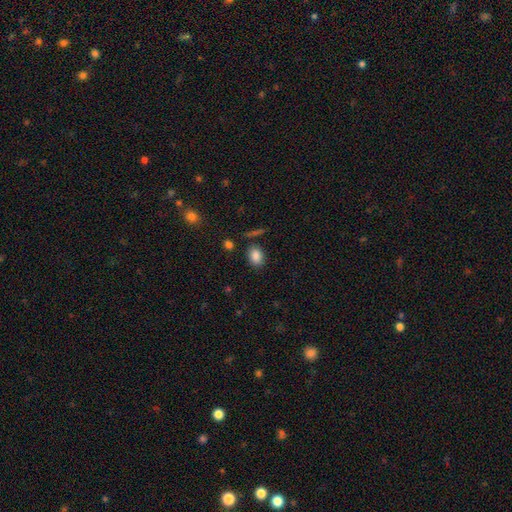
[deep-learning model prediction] Smooth or featured?
  - smooth: 85% *
  - star or artifact: 9%
  - featured or disk: 6%
How rounded?
  - in between: 70% *
  - round: 29%
  - cigar-shaped: 2%
Merging?
  - none: 80% *
  - minor disturbance: 12%
  - merger: 5%
  - major disturbance: 3%